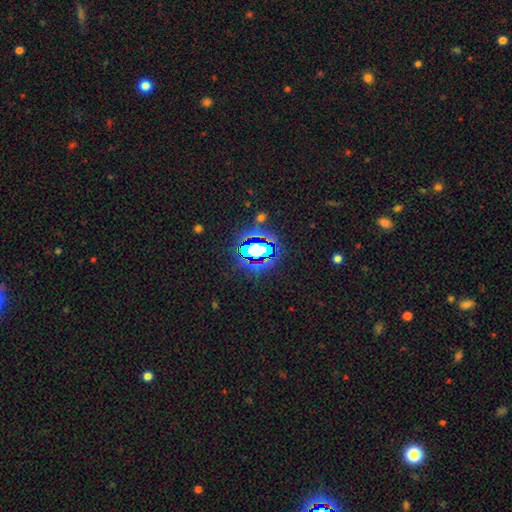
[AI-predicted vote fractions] Smooth or featured: star or artifact — 69% (smooth — 17%)